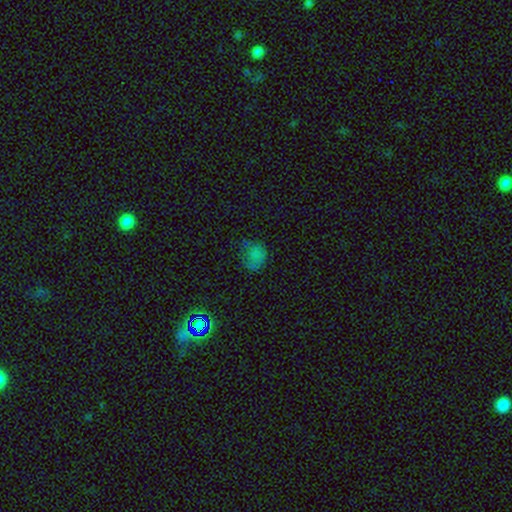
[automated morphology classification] This is likely a smooth galaxy (65%). How rounded: likely round (61%). Merging: possibly none (47%).